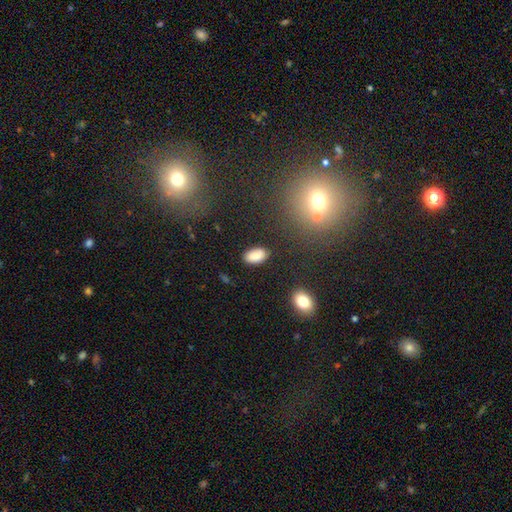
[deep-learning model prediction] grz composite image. It shows a smooth galaxy with no disk features (84%) that is in between round and cigar-shaped (94%). Merging: none (85%).